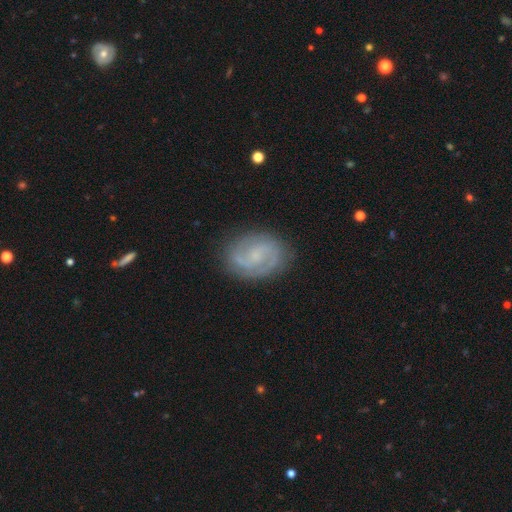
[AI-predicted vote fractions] smooth-or-featured: featured or disk: 81% | smooth: 13% | star or artifact: 6%
  disk-edge-on: no: 98% | yes: 2%
    bar: weak: 47% | no: 45% | strong: 8%
    has-spiral-arms: yes: 96% | no: 4%
      spiral-winding: medium: 48% | tight: 37% | loose: 15%
      spiral-arm-count: 2: 83% | can't tell: 8% | 3: 4% | 1: 2% | 4: 2% | more than 4: 2%
    bulge-size: small: 62% | none: 19% | moderate: 17% | large: 1% | dominant: 1%
  merging: none: 83% | minor disturbance: 12% | major disturbance: 4% | merger: 1%